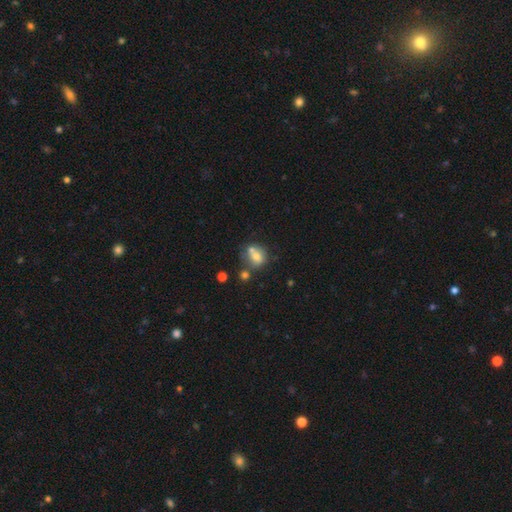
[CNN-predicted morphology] A smooth galaxy with no disk features (68%) that is round (61%).

Vote fractions:
- Smooth or featured? smooth: 68% / featured or disk: 20% / star or artifact: 12%
- How rounded? round: 61% / in between: 38% / cigar-shaped: 1%
- Merging? merger: 40% (tied) / none: 40% (tied) / minor disturbance: 14% / major disturbance: 6%